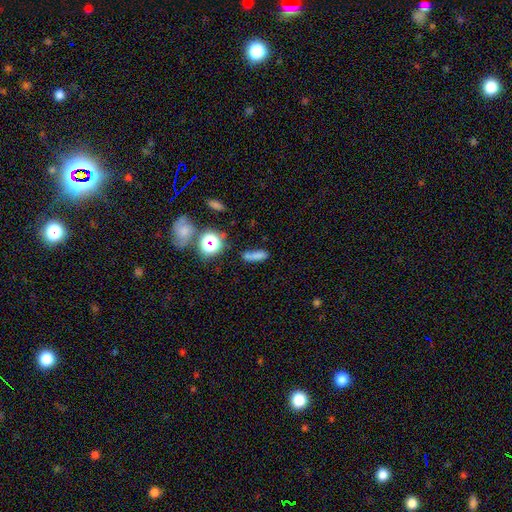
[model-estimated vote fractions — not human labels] smooth 71%, star or artifact 19%, featured or disk 10%. Down the decision tree: how rounded — cigar-shaped (51%); merging — none (61%).